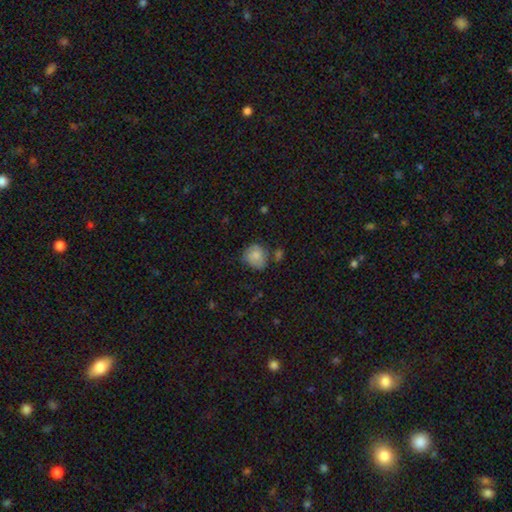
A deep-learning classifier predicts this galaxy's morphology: Smooth or featured? Predicted: smooth (p=0.78). How rounded? Predicted: round (p=0.72). Merging? Predicted: none (p=0.58).